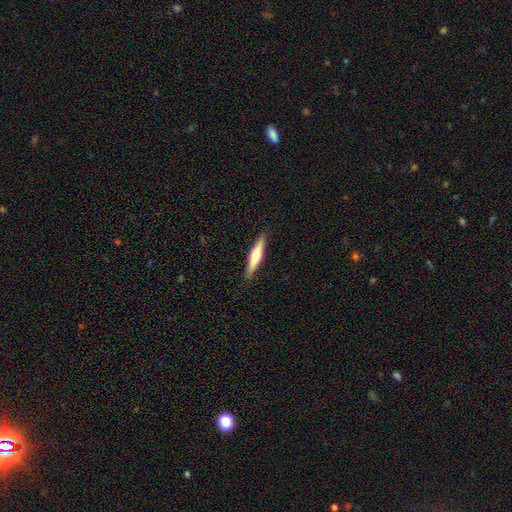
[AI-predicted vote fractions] A smooth galaxy with no disk features (48%).

Vote fractions:
- Smooth or featured? smooth: 48% / featured or disk: 47% / star or artifact: 5%
- Merging? none: 89% / minor disturbance: 8% / major disturbance: 2% / merger: 1%